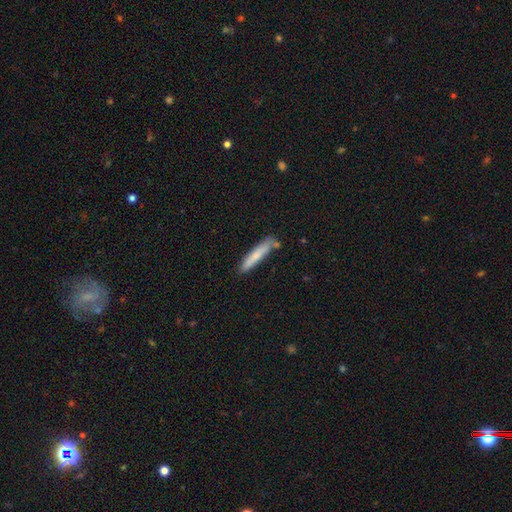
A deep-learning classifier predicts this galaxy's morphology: The model was most divided on "smooth or featured": smooth: 73%, featured or disk: 21%, star or artifact: 6%. More confident: how rounded — cigar-shaped (91%); merging — none (75%).